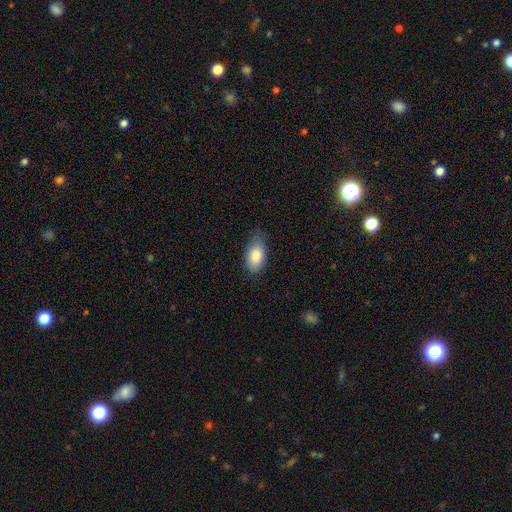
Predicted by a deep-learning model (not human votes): Smooth or featured?
  - smooth: 84% *
  - featured or disk: 9%
  - star or artifact: 7%
How rounded?
  - in between: 92% *
  - round: 5%
  - cigar-shaped: 3%
Merging?
  - none: 61% *
  - minor disturbance: 31%
  - major disturbance: 6%
  - merger: 1%